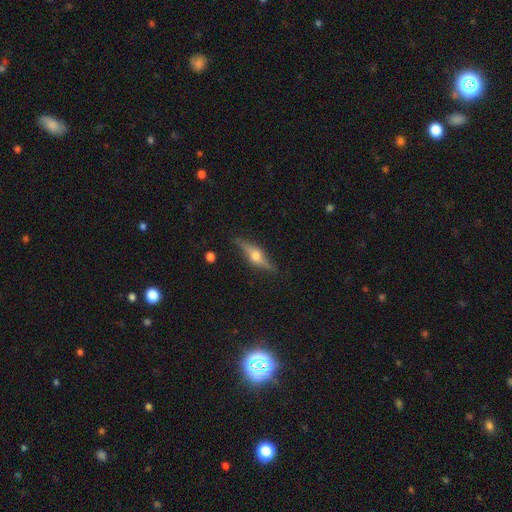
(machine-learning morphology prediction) Overall: featured or disk (73%). Edge-on disk: yes (96%). Edge-on bulge: rounded (95%). Merging: none (85%).